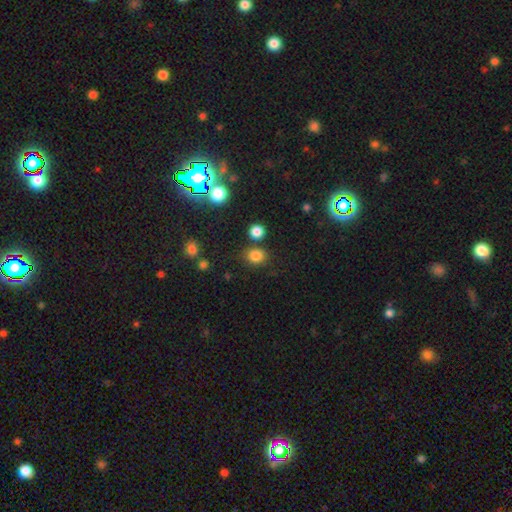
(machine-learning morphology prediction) This appears to be a smooth galaxy with no disk features (81%) that is round (70%). Merging: none (76%).